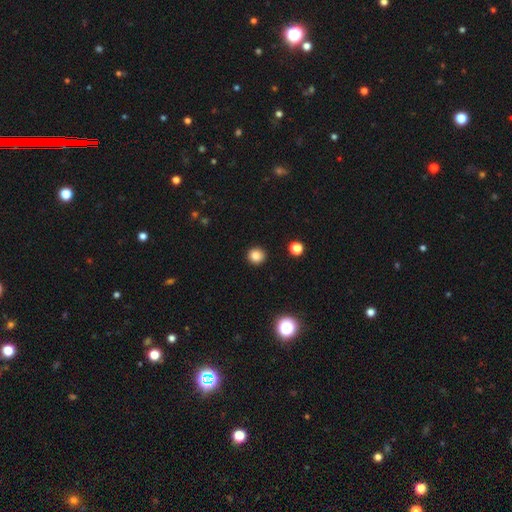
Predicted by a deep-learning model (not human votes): This is clearly a smooth galaxy (84%). How rounded: clearly round (93%). Merging: clearly none (92%).